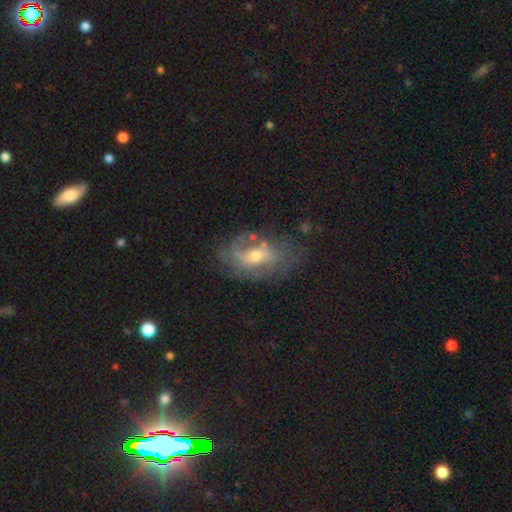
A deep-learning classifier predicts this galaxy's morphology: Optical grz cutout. It shows a featured or disk galaxy (79%) with no bar (45%), 2 (52%) medium (42%) spiral arms (88%) and a moderate central bulge (55%). Merging: none (58%).